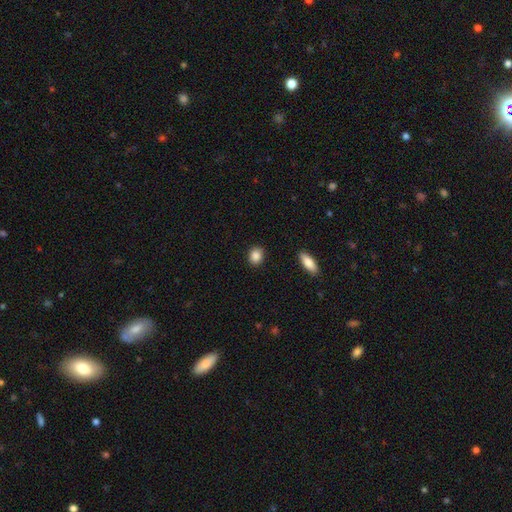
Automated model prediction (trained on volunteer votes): This is clearly a smooth galaxy (88%). How rounded: possibly round (53%). Merging: clearly none (89%).